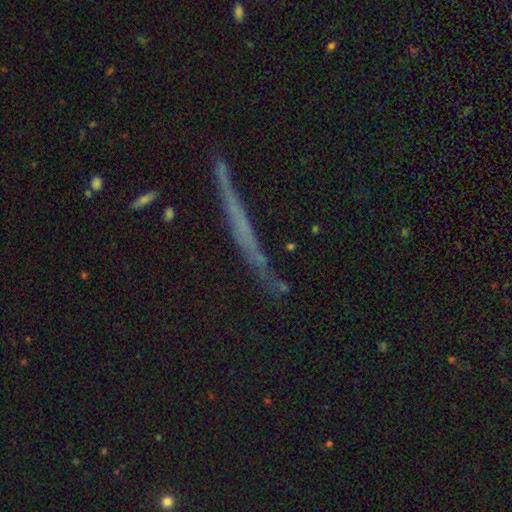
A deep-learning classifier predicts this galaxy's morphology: Q: Smooth or featured?
A: featured or disk (47%); runner-up: smooth (36%)
Q: Merging?
A: none (75%); runner-up: minor disturbance (17%)